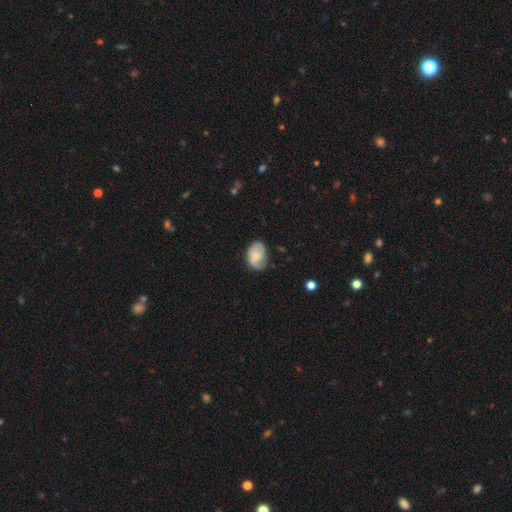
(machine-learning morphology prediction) smooth-or-featured: smooth: 53% | featured or disk: 40% | star or artifact: 7%
  how-rounded: in between: 78% | round: 21% | cigar-shaped: 1%
  merging: none: 61% | minor disturbance: 29% | major disturbance: 8% | merger: 2%